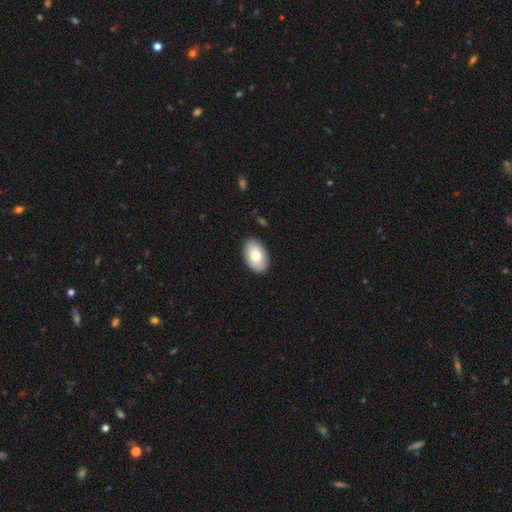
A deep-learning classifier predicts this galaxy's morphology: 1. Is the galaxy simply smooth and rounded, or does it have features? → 77% smooth, 17% featured or disk, 6% star or artifact.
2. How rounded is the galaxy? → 93% in between, 6% round, 1% cigar-shaped.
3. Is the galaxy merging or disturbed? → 88% none, 9% minor disturbance, 2% major disturbance, 1% merger.